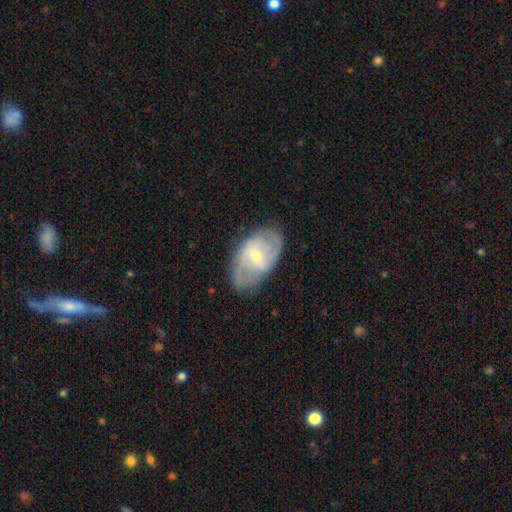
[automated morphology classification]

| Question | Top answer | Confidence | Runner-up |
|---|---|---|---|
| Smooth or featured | featured or disk | 76% | smooth (18%) |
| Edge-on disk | no | 95% | yes (5%) |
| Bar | no | 48% | weak (42%) |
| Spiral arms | yes | 88% | no (12%) |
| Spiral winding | medium | 44% | tight (40%) |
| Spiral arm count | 2 | 55% | can't tell (23%) |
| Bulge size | small | 55% | moderate (41%) |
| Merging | none | 75% | minor disturbance (18%) |